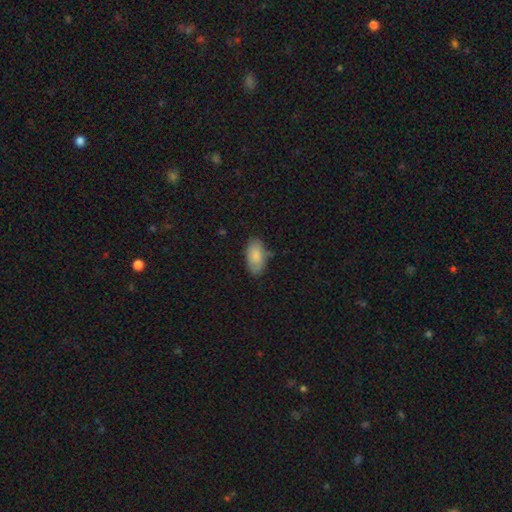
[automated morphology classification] A smooth galaxy with no disk features (84%) that is in between round and cigar-shaped (94%).

Vote fractions:
- Smooth or featured? smooth: 84% / featured or disk: 10% / star or artifact: 6%
- How rounded? in between: 94% / round: 3% / cigar-shaped: 3%
- Merging? none: 74% / minor disturbance: 20% / major disturbance: 4% / merger: 3%